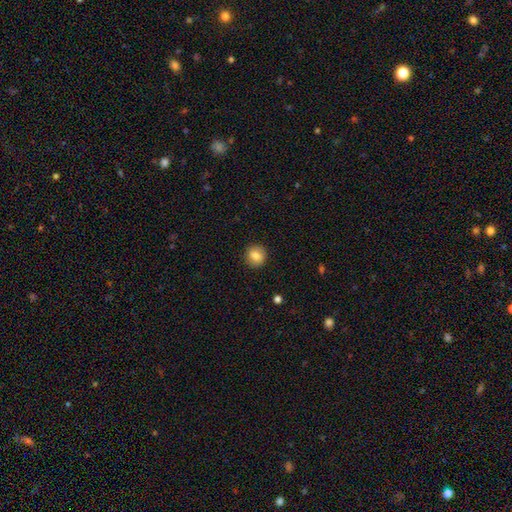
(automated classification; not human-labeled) smooth_or_featured: smooth (p=0.83) [alt: star or artifact p=0.09]
how_rounded: round (p=0.85) [alt: in between p=0.14]
merging: none (p=0.89) [alt: minor disturbance p=0.08]